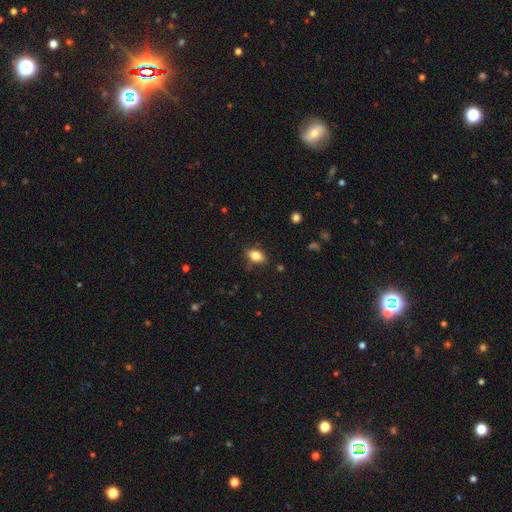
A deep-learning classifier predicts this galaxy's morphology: This appears to be a smooth galaxy with no disk features (81%) that is in between round and cigar-shaped (81%). Merging: none (78%).